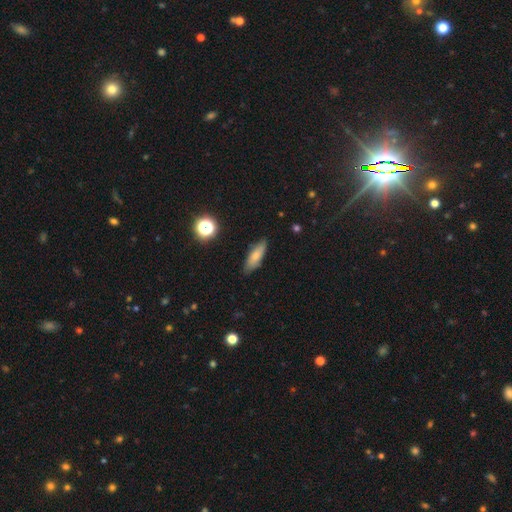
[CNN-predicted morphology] Smooth or featured? smooth (75%)
How rounded? in between (50%)
Merging? none (83%)